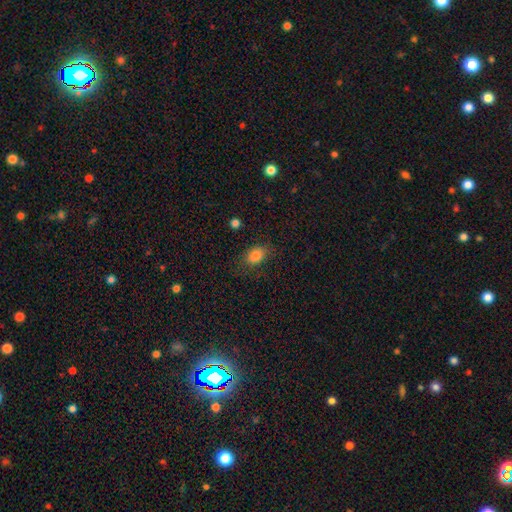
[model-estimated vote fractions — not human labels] Smooth or featured? smooth (84%)
How rounded? in between (83%)
Merging? none (76%)